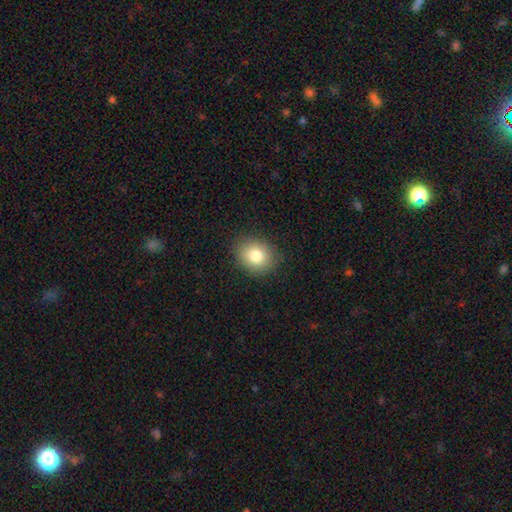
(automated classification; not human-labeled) Morphology: type=smooth (82%); roundness=round (56%); merging=none (87%).